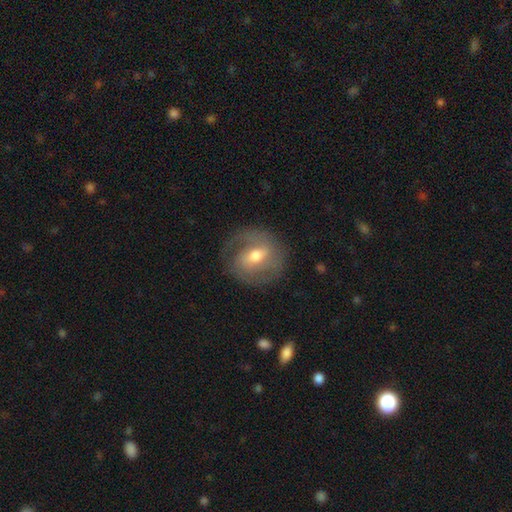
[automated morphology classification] This appears to be a featured or disk galaxy (68%) with a weak bar (49%), spiral arms (77%) and a moderate central bulge (71%). Merging: none (74%).